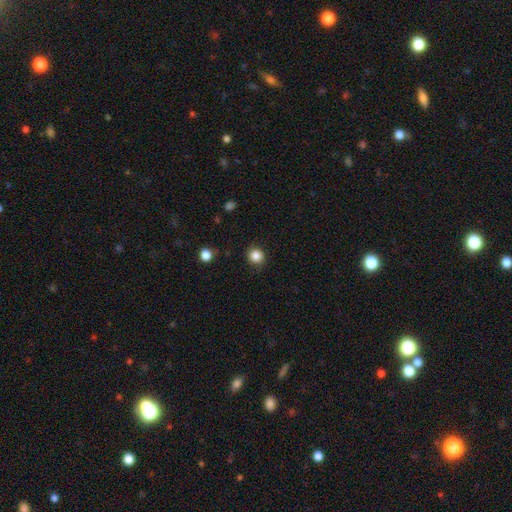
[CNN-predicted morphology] The model was most divided on "smooth or featured": smooth: 84%, star or artifact: 11%, featured or disk: 5%. More confident: how rounded — round (89%); merging — none (88%).